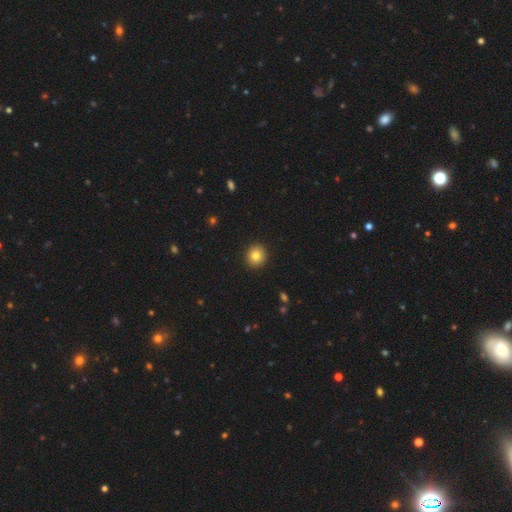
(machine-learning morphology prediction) type=smooth (81%); roundness=round (89%); merging=none (93%).